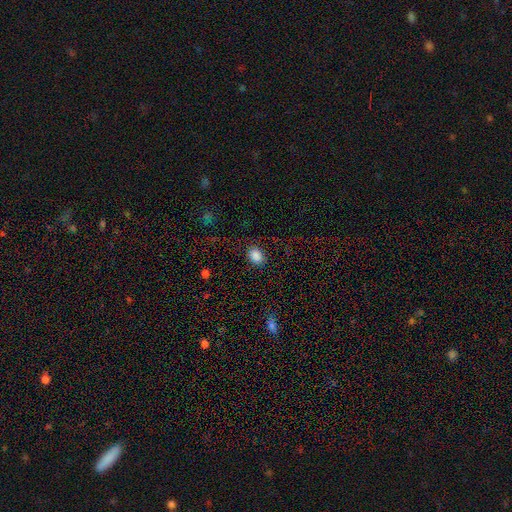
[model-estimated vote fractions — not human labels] This is clearly a smooth galaxy (87%). How rounded: likely in between (71%). Merging: clearly none (87%).